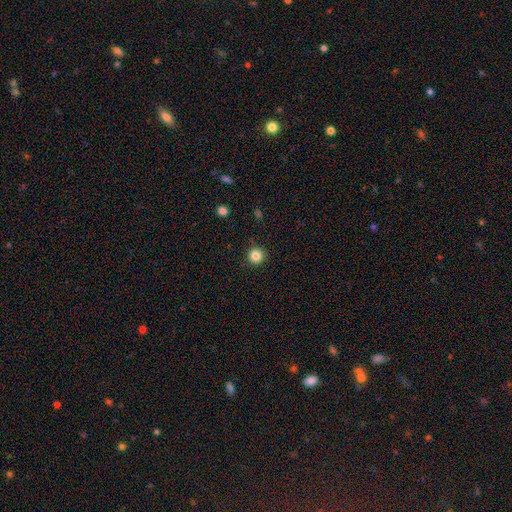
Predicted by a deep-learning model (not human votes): Q: Smooth or featured?
A: smooth (84%); runner-up: star or artifact (11%)
Q: How rounded?
A: round (96%); runner-up: in between (3%)
Q: Merging?
A: none (92%); runner-up: minor disturbance (5%)